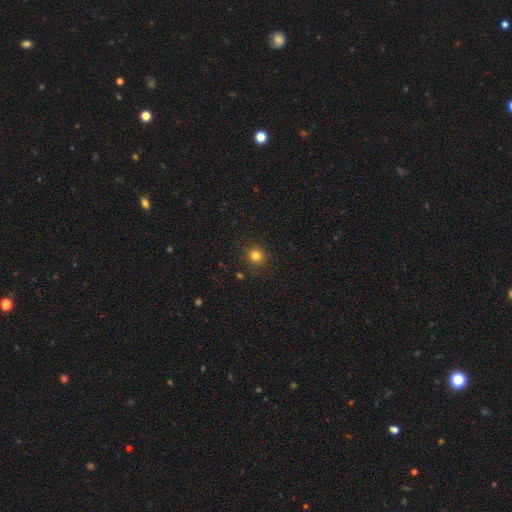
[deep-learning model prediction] smooth-or-featured: smooth: 81% | star or artifact: 14% | featured or disk: 5%
  how-rounded: round: 90% | in between: 10% | cigar-shaped: 1%
  merging: none: 89% | minor disturbance: 7% | major disturbance: 2% | merger: 2%